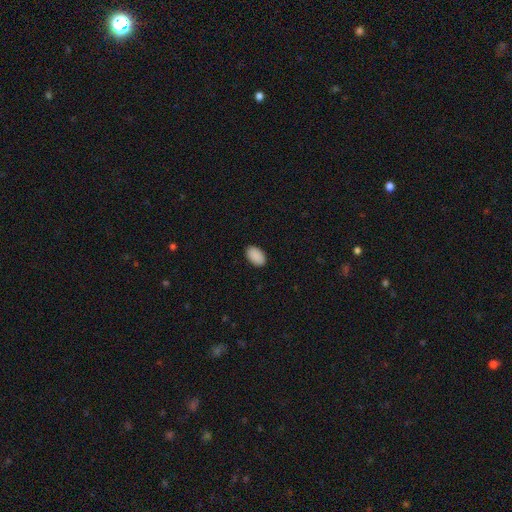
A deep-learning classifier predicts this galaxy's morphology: Smooth or featured?
  - smooth: 91% *
  - star or artifact: 7%
  - featured or disk: 3%
How rounded?
  - in between: 93% *
  - round: 6%
  - cigar-shaped: 1%
Merging?
  - none: 89% *
  - minor disturbance: 8%
  - major disturbance: 2%
  - merger: 1%